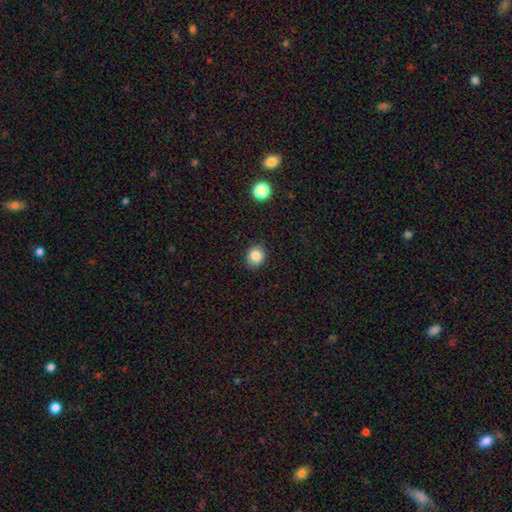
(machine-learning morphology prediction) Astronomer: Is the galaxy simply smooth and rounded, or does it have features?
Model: smooth — 84%.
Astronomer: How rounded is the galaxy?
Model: round — 70%.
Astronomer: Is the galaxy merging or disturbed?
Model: none — 88%.